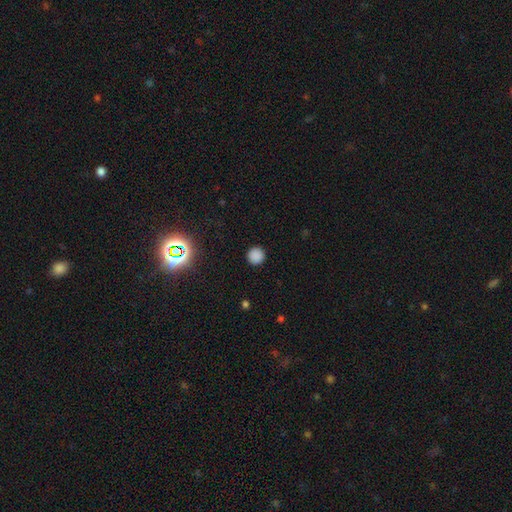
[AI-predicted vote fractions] This appears to be a smooth galaxy with no disk features (84%) that is round (95%). Merging: none (91%).